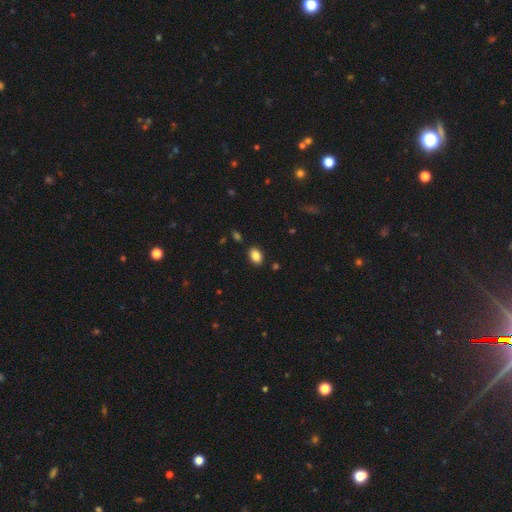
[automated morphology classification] smooth_or_featured: smooth (p=0.87) [alt: star or artifact p=0.09]
how_rounded: in between (p=0.83) [alt: round p=0.16]
merging: none (p=0.87) [alt: minor disturbance p=0.09]